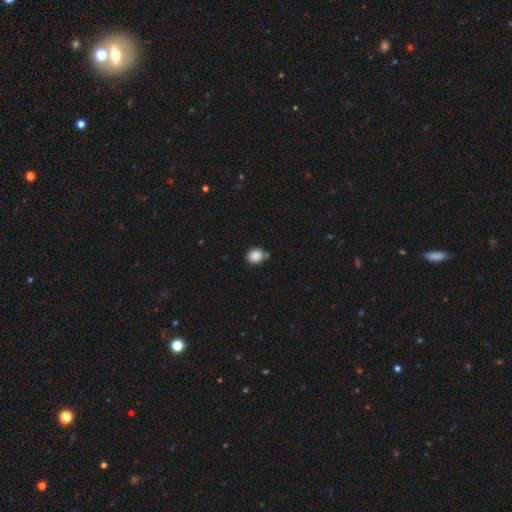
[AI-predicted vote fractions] smooth 88%, star or artifact 9%, featured or disk 3%. Down the decision tree: how rounded — round (66%); merging — none (72%).